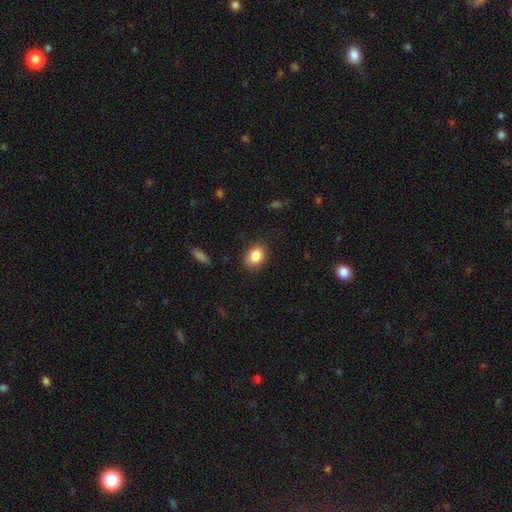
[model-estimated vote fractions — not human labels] Smooth or featured?
  - smooth: 85% *
  - star or artifact: 9%
  - featured or disk: 6%
How rounded?
  - in between: 62% *
  - round: 37%
  - cigar-shaped: 1%
Merging?
  - none: 84% *
  - minor disturbance: 12%
  - major disturbance: 3%
  - merger: 1%